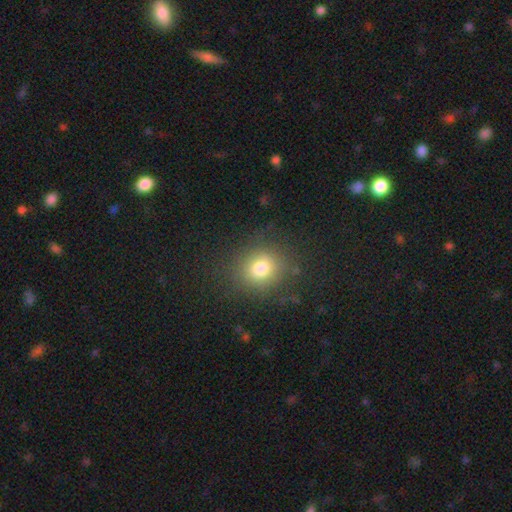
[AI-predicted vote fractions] Q: Smooth or featured?
A: smooth (67%); runner-up: star or artifact (26%)
Q: How rounded?
A: round (82%); runner-up: in between (17%)
Q: Merging?
A: none (89%); runner-up: minor disturbance (7%)